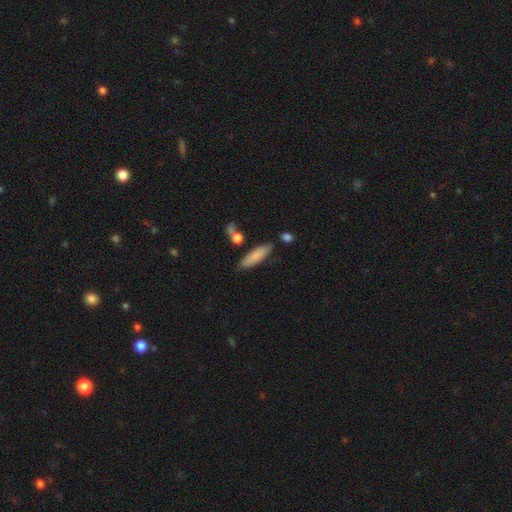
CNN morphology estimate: Smooth or featured?
  - smooth: 81% *
  - featured or disk: 13%
  - star or artifact: 6%
How rounded?
  - cigar-shaped: 57% *
  - in between: 41%
  - round: 2%
Merging?
  - none: 78% *
  - minor disturbance: 13%
  - merger: 6%
  - major disturbance: 3%